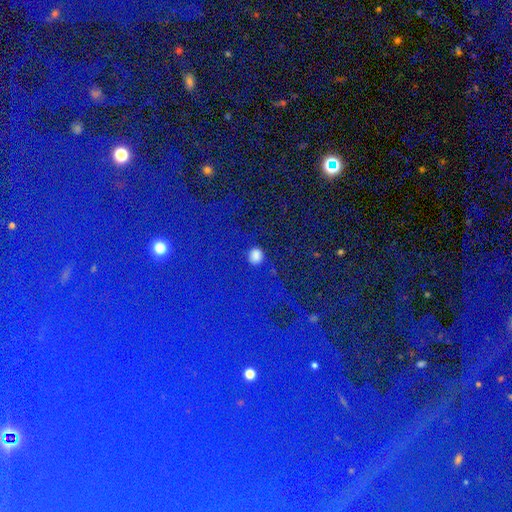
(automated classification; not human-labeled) Morphology: type=smooth (51%); roundness=round (81%); merging=none (82%).